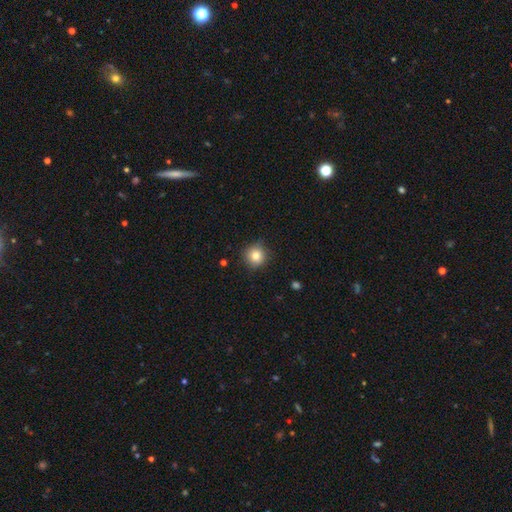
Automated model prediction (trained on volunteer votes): Q: Smooth or featured?
A: smooth (82%); runner-up: star or artifact (11%)
Q: How rounded?
A: round (93%); runner-up: in between (6%)
Q: Merging?
A: none (87%); runner-up: minor disturbance (10%)